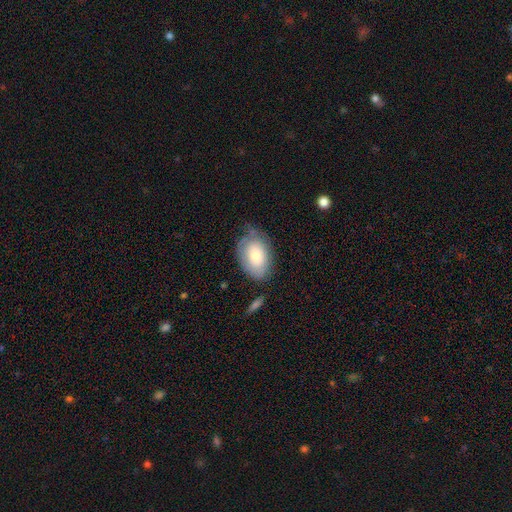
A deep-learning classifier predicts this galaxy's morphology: A smooth galaxy with no disk features (67%) that is in between round and cigar-shaped (88%). Merging: none (57%).